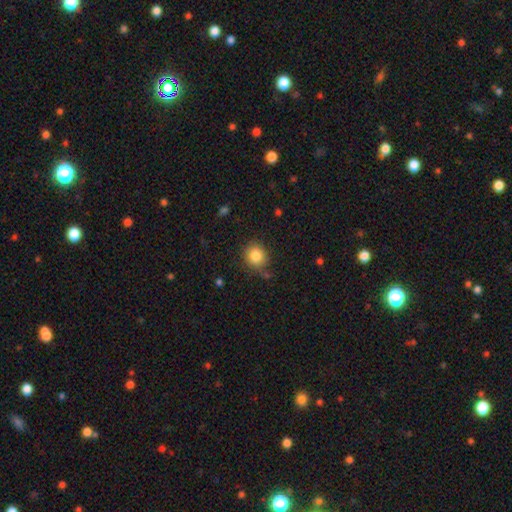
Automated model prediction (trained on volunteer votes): Smooth or featured? smooth (83%)
How rounded? round (82%)
Merging? none (77%)